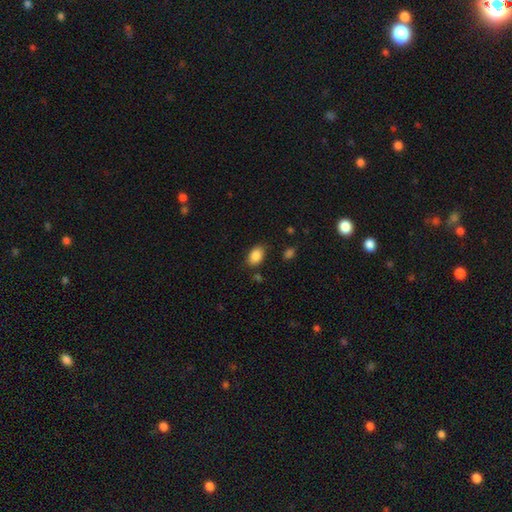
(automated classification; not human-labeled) Smooth or featured: smooth — 87% (star or artifact — 8%)
How rounded: in between — 84% (round — 15%)
Merging: none — 82% (minor disturbance — 13%)